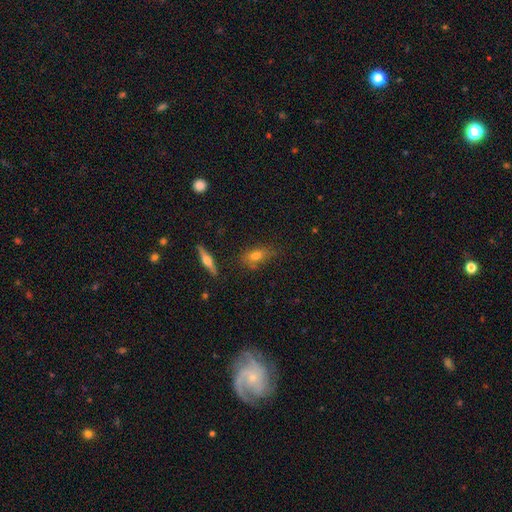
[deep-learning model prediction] smooth_or_featured: smooth (p=0.65) [alt: featured or disk p=0.24]
how_rounded: in between (p=0.72) [alt: cigar-shaped p=0.14]
merging: none (p=0.67) [alt: minor disturbance p=0.22]